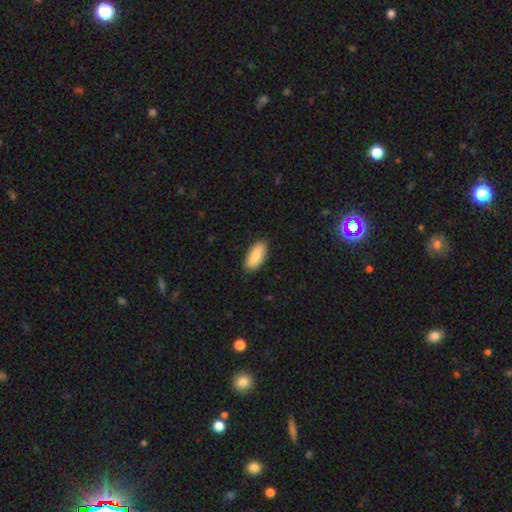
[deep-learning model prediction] Smooth or featured? smooth (87%)
How rounded? in between (87%)
Merging? none (87%)